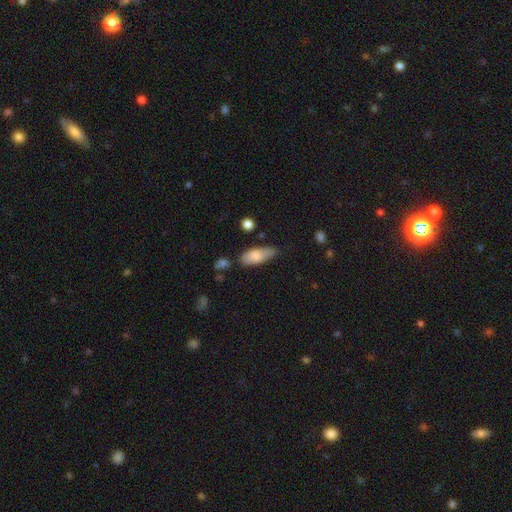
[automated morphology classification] smooth 79%, featured or disk 14%, star or artifact 6%. Down the decision tree: how rounded — in between (79%); merging — none (62%).